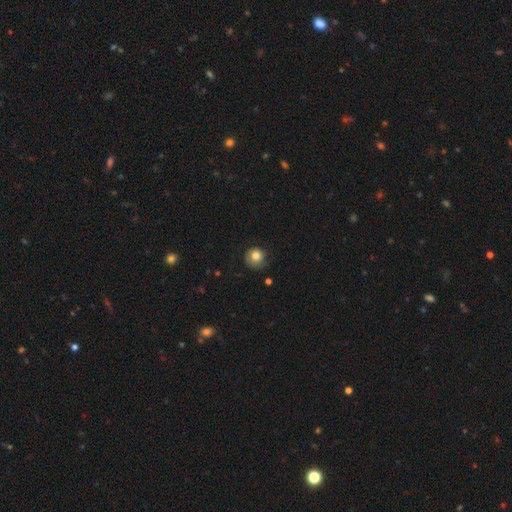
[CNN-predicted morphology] This is likely a smooth galaxy (77%). How rounded: clearly round (88%). Merging: likely none (64%).